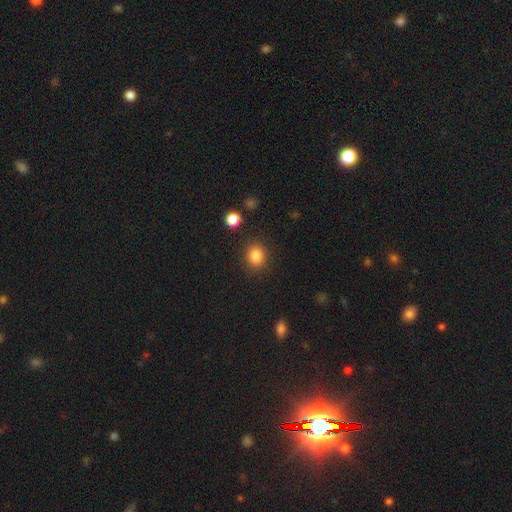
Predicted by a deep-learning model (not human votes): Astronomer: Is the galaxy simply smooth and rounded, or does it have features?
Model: smooth — 85%.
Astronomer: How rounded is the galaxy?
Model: round — 65%.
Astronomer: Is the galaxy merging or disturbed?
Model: none — 87%.